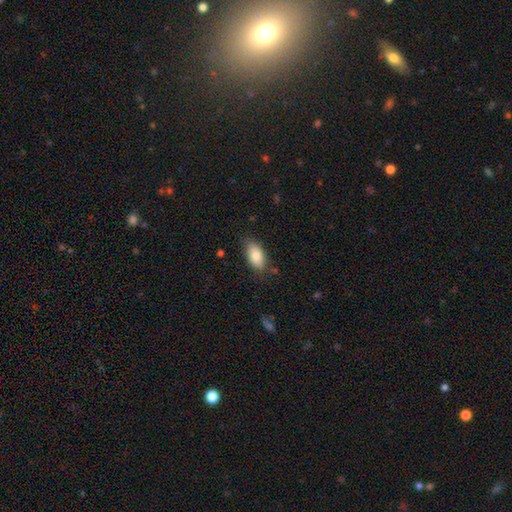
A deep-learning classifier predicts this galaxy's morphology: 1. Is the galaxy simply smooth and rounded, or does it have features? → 83% smooth, 10% featured or disk, 7% star or artifact.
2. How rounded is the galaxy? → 92% in between, 5% cigar-shaped, 4% round.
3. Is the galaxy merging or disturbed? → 79% none, 16% minor disturbance, 3% major disturbance, 2% merger.